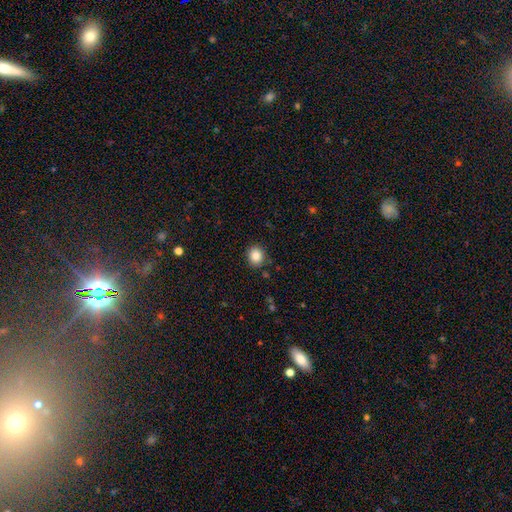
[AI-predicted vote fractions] A smooth galaxy with no disk features (86%) that is round (72%). Merging: none (87%).